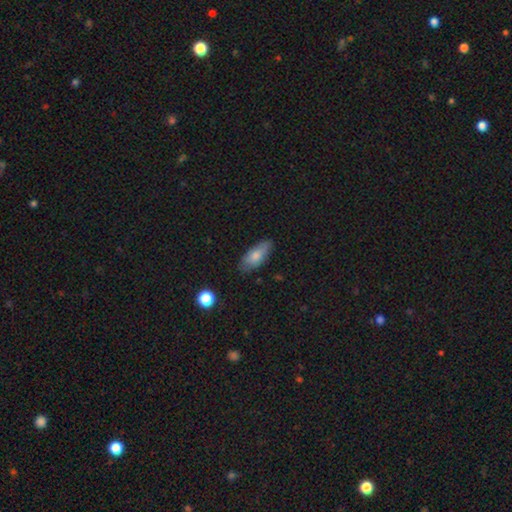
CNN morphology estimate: Overall: smooth (77%). How rounded: in between (83%). Merging: none (76%).